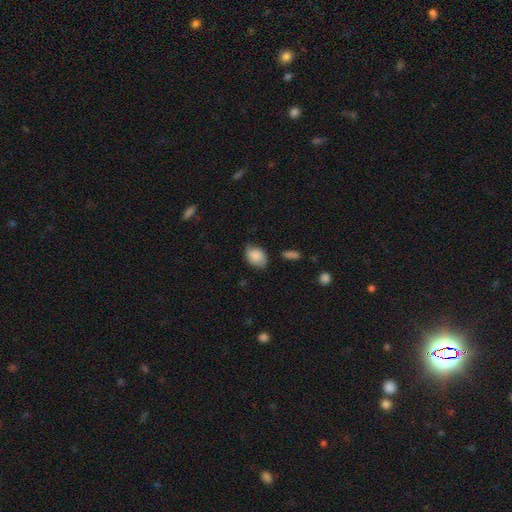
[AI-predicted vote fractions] This appears to be a smooth galaxy with no disk features (86%) that is in between round and cigar-shaped (82%). Merging: none (71%).